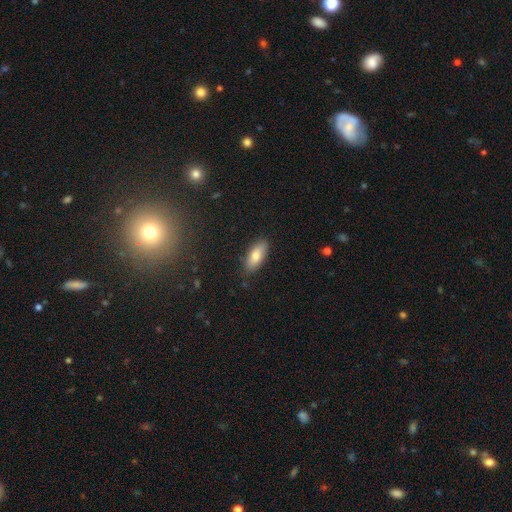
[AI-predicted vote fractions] Smooth or featured?
  - smooth: 78% *
  - featured or disk: 15%
  - star or artifact: 7%
How rounded?
  - in between: 81% *
  - cigar-shaped: 17%
  - round: 2%
Merging?
  - none: 85% *
  - minor disturbance: 12%
  - major disturbance: 2%
  - merger: 1%